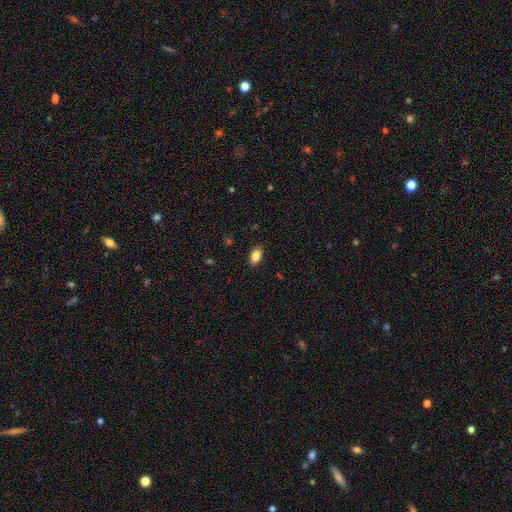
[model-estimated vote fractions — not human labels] Overall: smooth (86%). How rounded: in between (91%). Merging: none (88%).